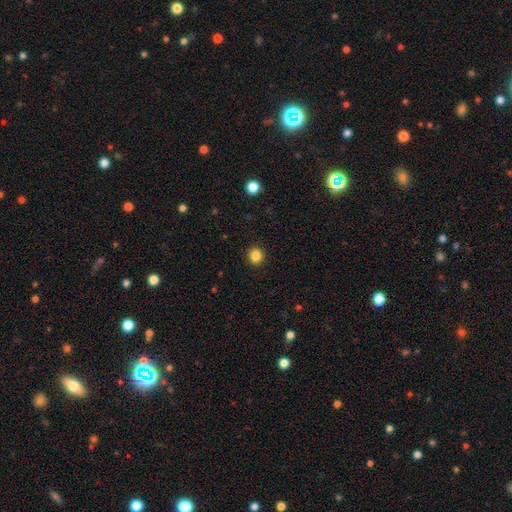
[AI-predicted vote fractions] Overall: smooth (86%). How rounded: round (83%). Merging: none (91%).